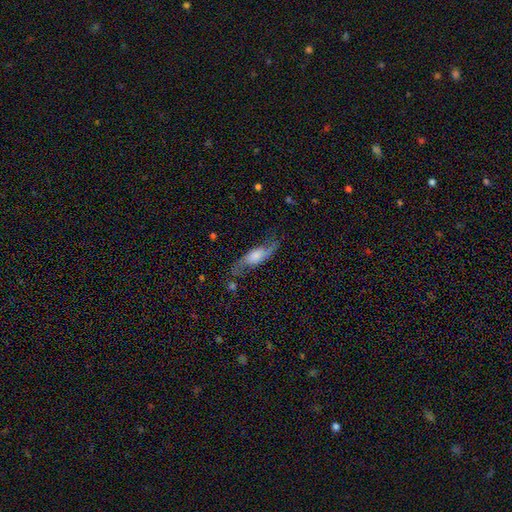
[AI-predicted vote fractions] This appears to be a featured or disk galaxy (68%) with no bar (57%), spiral arms (92%) and a large central bulge (29%, tied with moderate). Merging: none (67%).